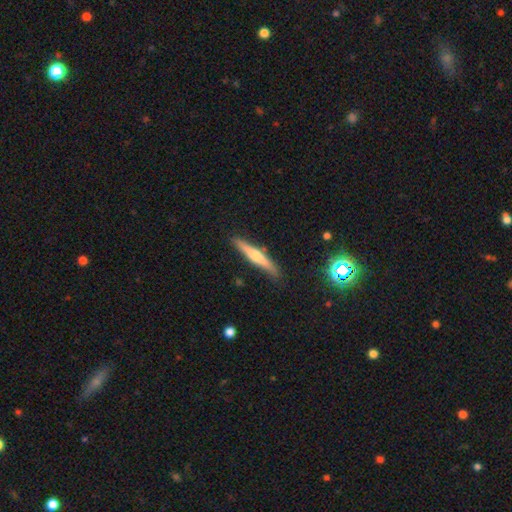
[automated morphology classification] Smooth or featured?
  - featured or disk: 49% *
  - smooth: 45%
  - star or artifact: 6%
Merging?
  - none: 86% *
  - minor disturbance: 10%
  - major disturbance: 2%
  - merger: 2%